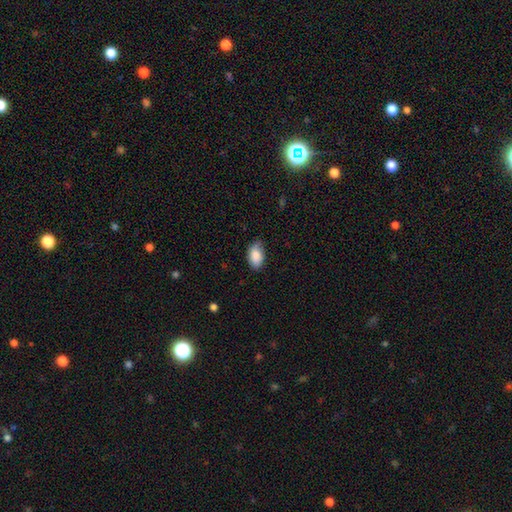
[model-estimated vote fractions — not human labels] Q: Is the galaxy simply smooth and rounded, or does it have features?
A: smooth — 86%.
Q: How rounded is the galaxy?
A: in between — 93%.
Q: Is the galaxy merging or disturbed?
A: none — 70%.